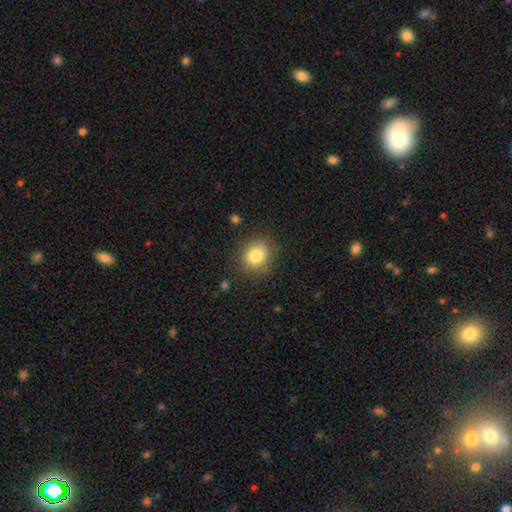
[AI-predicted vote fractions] Smooth or featured? Predicted: smooth (p=0.81). How rounded? Predicted: round (p=0.75). Merging? Predicted: none (p=0.83).